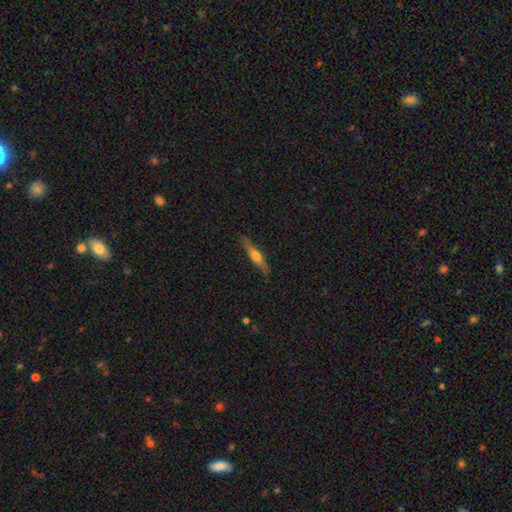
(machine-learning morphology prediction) featured or disk 54%, smooth 40%, star or artifact 6%. Down the decision tree: edge-on disk — yes (94%); edge-on bulge — rounded (87%); merging — none (87%).